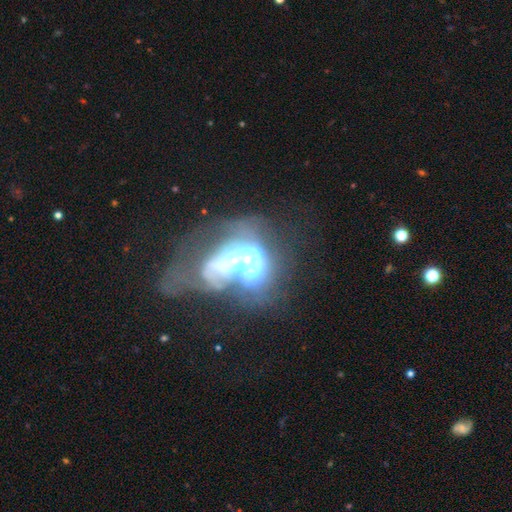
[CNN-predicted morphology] This is likely a featured or disk galaxy (60%). It is clearly not viewed edge-on (93%). Bar: likely no (68%). Spiral arm pattern: clearly no (81%). Central bulge: marginally large (29%). Merging: possibly merger (50%).